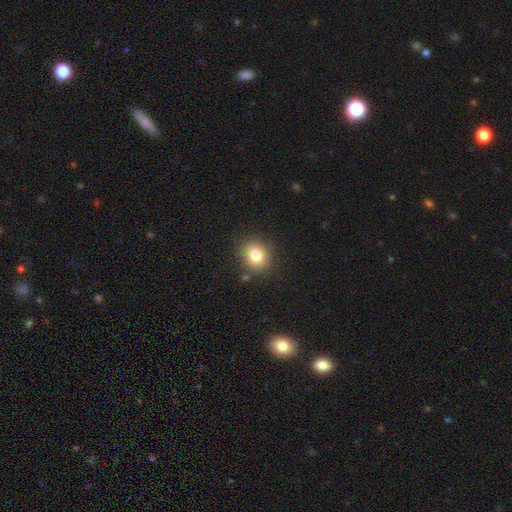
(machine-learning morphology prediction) smooth-or-featured: smooth: 80% | star or artifact: 12% | featured or disk: 8%
  how-rounded: round: 76% | in between: 23% | cigar-shaped: 1%
  merging: none: 86% | minor disturbance: 9% | merger: 3% | major disturbance: 3%